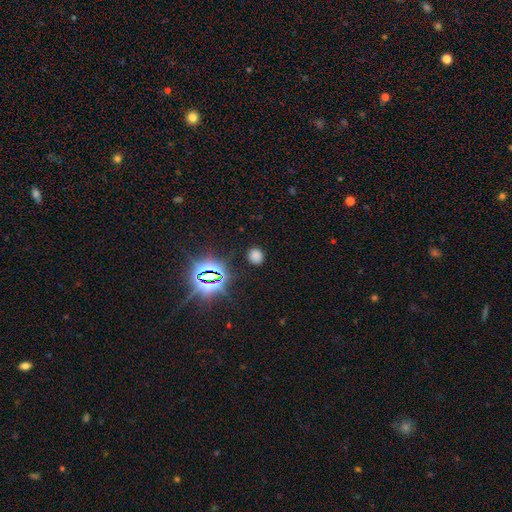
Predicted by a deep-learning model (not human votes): smooth_or_featured: smooth (p=0.66) [alt: star or artifact p=0.28]
how_rounded: round (p=0.72) [alt: in between p=0.27]
merging: none (p=0.86) [alt: minor disturbance p=0.09]